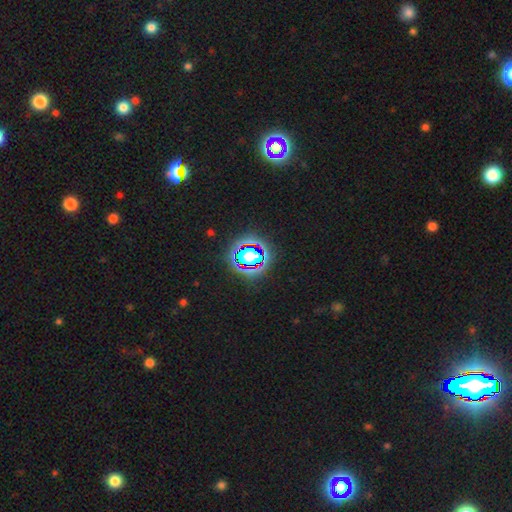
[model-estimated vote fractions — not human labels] The model was most divided on "smooth or featured": star or artifact: 58%, smooth: 28%, featured or disk: 14%.